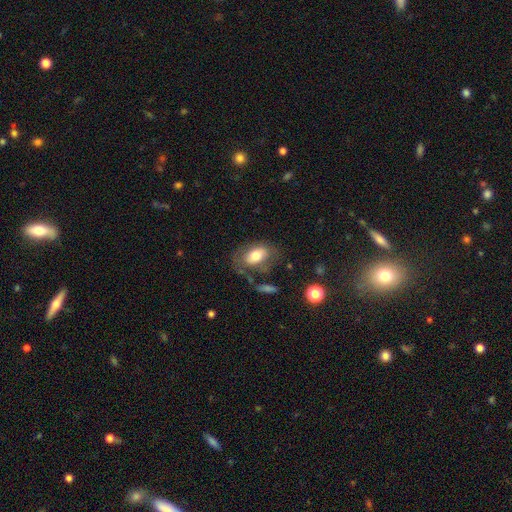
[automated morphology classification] This appears to be a smooth galaxy with no disk features (68%) that is in between round and cigar-shaped (88%). Merging: none (54%).